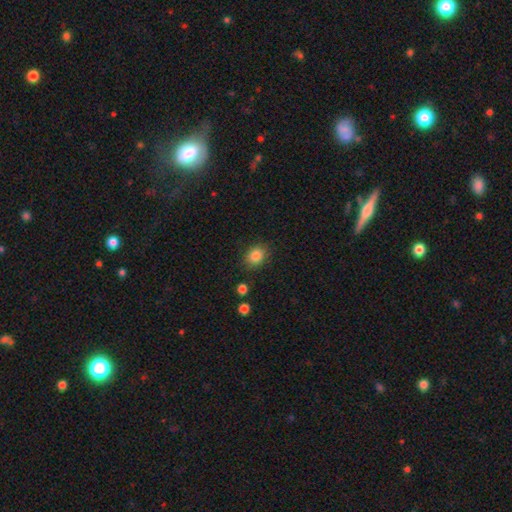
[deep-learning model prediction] Smooth or featured: smooth — 85% (star or artifact — 10%)
How rounded: in between — 50% (round — 49%)
Merging: none — 84% (minor disturbance — 11%)